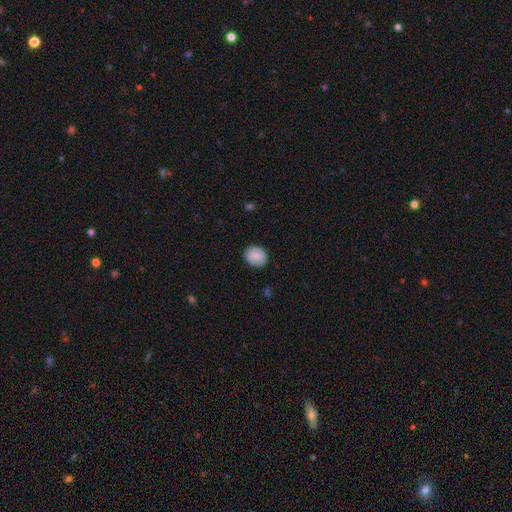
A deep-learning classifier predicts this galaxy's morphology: Smooth or featured? smooth (87%)
How rounded? round (63%)
Merging? none (85%)